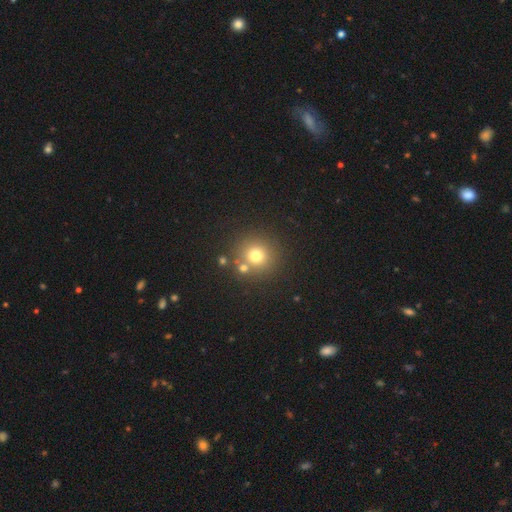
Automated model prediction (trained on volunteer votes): Smooth or featured? smooth (72%)
How rounded? round (92%)
Merging? none (75%)